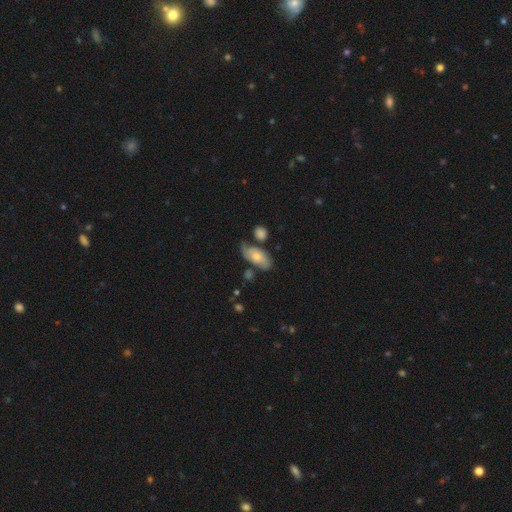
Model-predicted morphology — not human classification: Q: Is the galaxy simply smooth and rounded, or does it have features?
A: smooth — 47%.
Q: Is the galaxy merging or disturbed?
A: none — 52%.